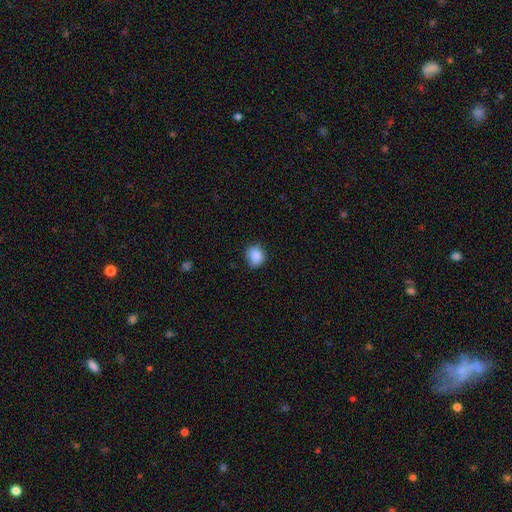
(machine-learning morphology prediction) smooth_or_featured: smooth (p=0.88) [alt: star or artifact p=0.09]
how_rounded: round (p=0.70) [alt: in between p=0.29]
merging: none (p=0.74) [alt: minor disturbance p=0.21]